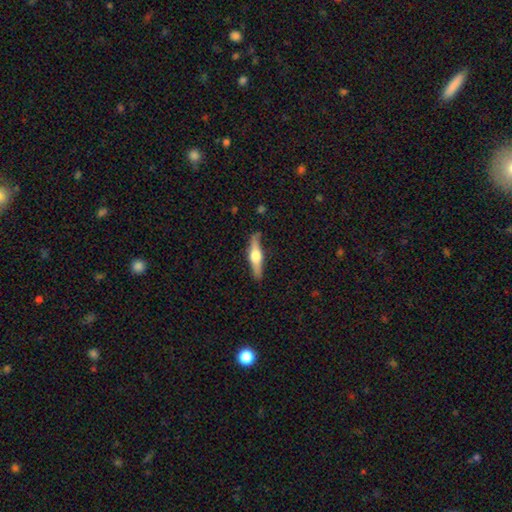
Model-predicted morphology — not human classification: Overall: featured or disk (62%; smooth 32%). Edge-on disk: yes (96%). Edge-on bulge: rounded (94%). Merging: none (86%).